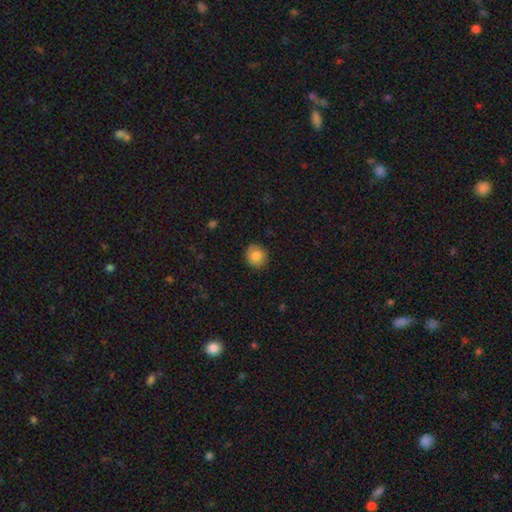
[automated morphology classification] A smooth galaxy with no disk features (82%) that is round (82%).

Vote fractions:
- Smooth or featured? smooth: 82% / featured or disk: 10% / star or artifact: 8%
- How rounded? round: 82% / in between: 17% / cigar-shaped: 1%
- Merging? none: 84% / minor disturbance: 12% / major disturbance: 2% / merger: 1%